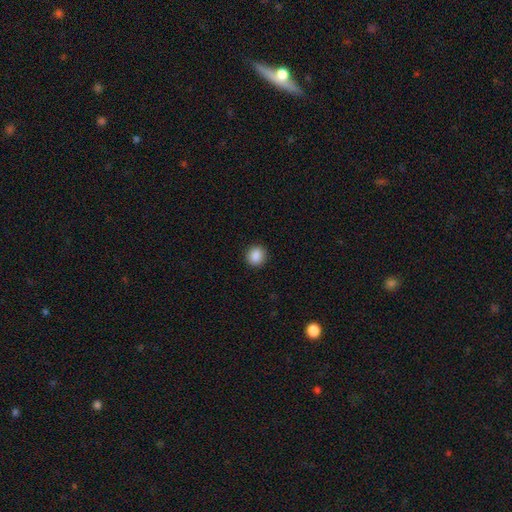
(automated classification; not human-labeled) Smooth or featured: smooth — 88% (star or artifact — 9%)
How rounded: round — 87% (in between — 12%)
Merging: none — 91% (minor disturbance — 6%)